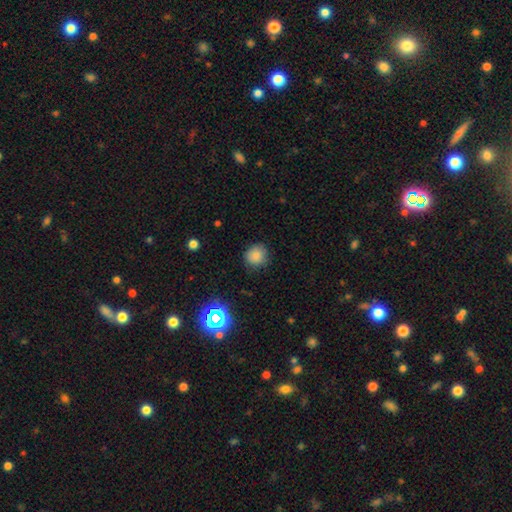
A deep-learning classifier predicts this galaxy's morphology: Smooth or featured? Predicted: smooth (p=0.80). How rounded? Predicted: round (p=0.89). Merging? Predicted: none (p=0.82).